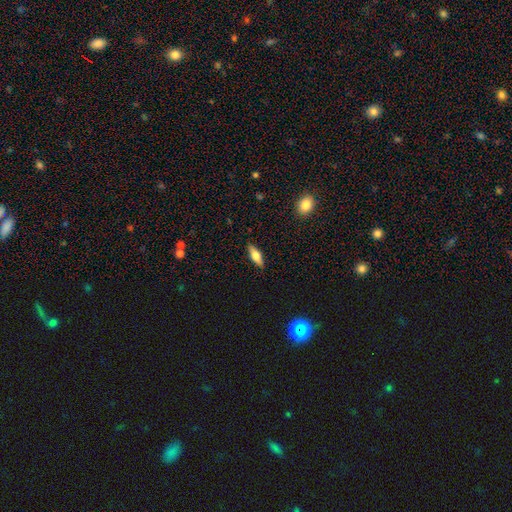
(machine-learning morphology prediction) Smooth or featured?
  - smooth: 53% *
  - featured or disk: 40%
  - star or artifact: 7%
How rounded?
  - in between: 56% *
  - cigar-shaped: 41%
  - round: 3%
Merging?
  - none: 88% *
  - minor disturbance: 9%
  - major disturbance: 2%
  - merger: 1%